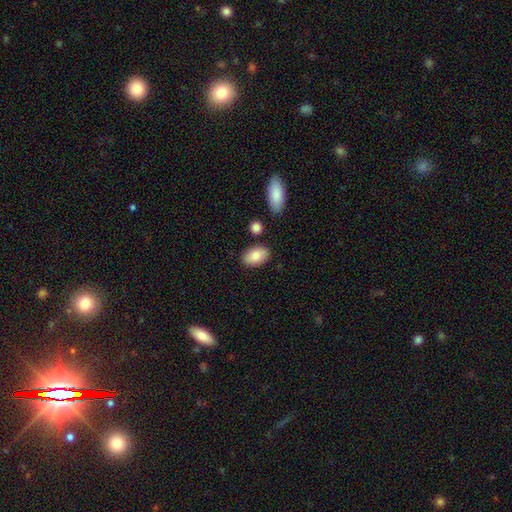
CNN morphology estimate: This is clearly a smooth galaxy (83%). How rounded: clearly in between (93%). Merging: clearly none (82%).